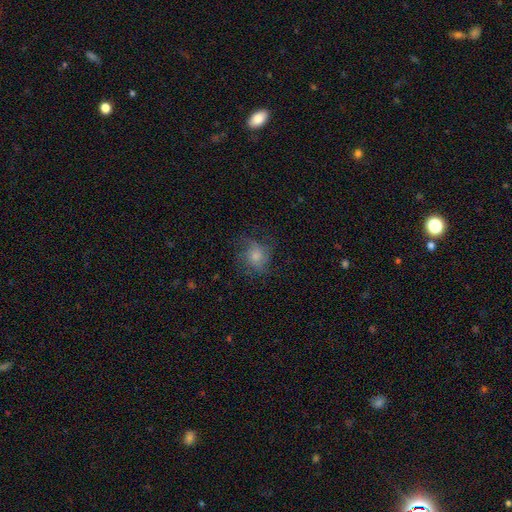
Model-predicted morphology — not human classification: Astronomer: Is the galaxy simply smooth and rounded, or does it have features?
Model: featured or disk — 42% (runner-up: smooth, 40%).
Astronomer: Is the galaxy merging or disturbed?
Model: none — 66%.